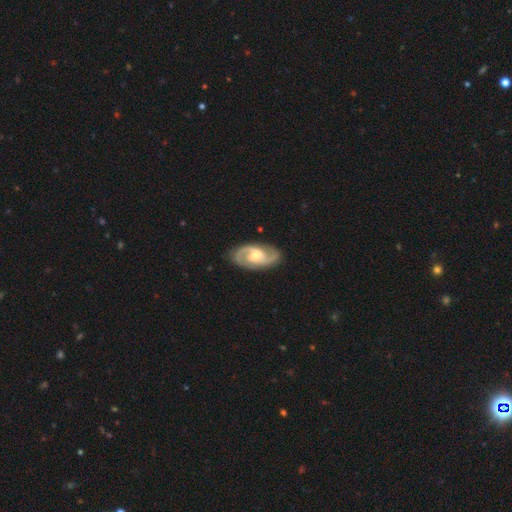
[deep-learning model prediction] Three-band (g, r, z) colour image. It shows a featured or disk galaxy (88%) with a weak bar (50%), 2 (92%) medium (55%) spiral arms (97%) and a moderate central bulge (54%). Merging: none (84%).